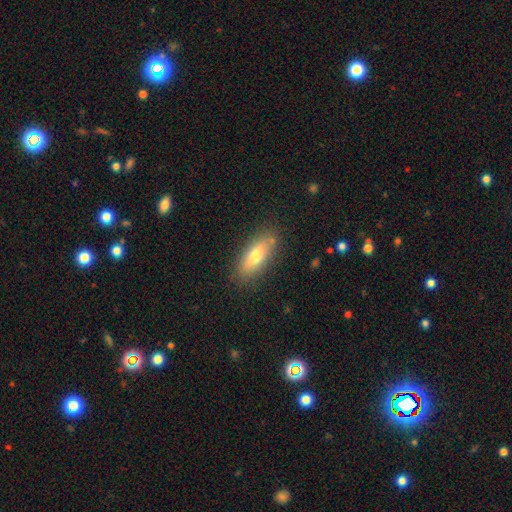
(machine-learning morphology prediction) Q: Smooth or featured?
A: smooth (69%); runner-up: featured or disk (23%)
Q: How rounded?
A: in between (69%); runner-up: cigar-shaped (28%)
Q: Merging?
A: none (83%); runner-up: minor disturbance (12%)